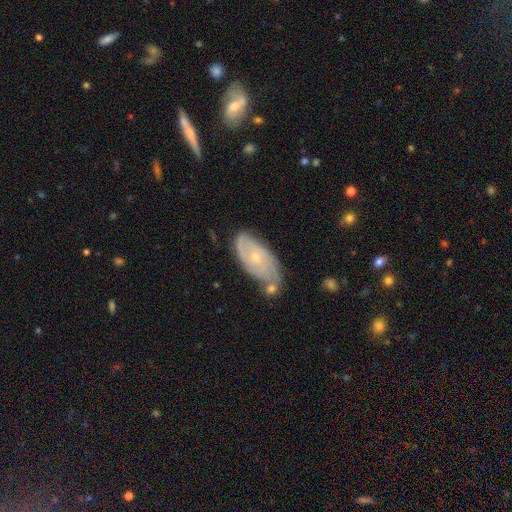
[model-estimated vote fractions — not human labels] Smooth or featured? featured or disk (65%)
Edge-on disk? no (90%)
Bar? no (74%)
Spiral arms? yes (83%)
Bulge size? small (67%)
Merging? none (70%)